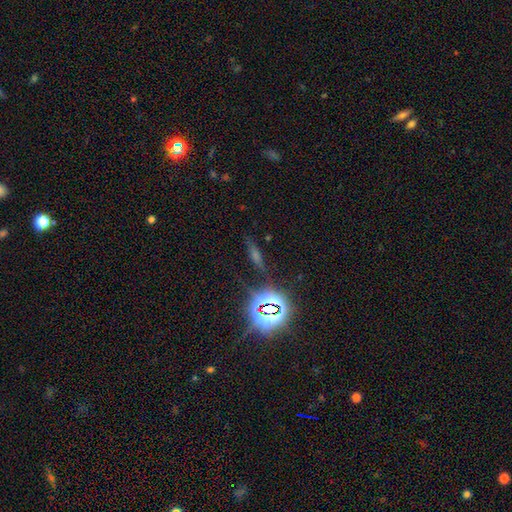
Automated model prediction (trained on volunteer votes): This is possibly a star or artifact rather than a galaxy (46%).